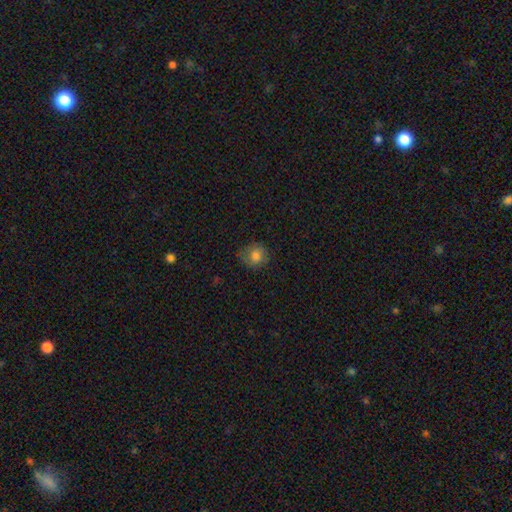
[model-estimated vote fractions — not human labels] Overall: smooth (80%). How rounded: round (80%). Merging: none (70%).